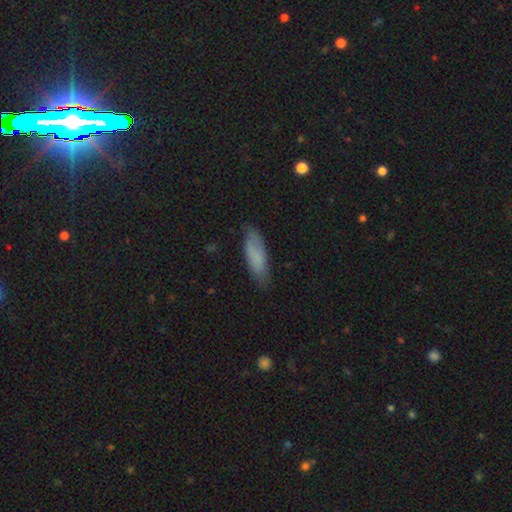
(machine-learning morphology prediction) Smooth or featured? Predicted: smooth (p=0.79). How rounded? Predicted: in between (p=0.51). Merging? Predicted: none (p=0.77).